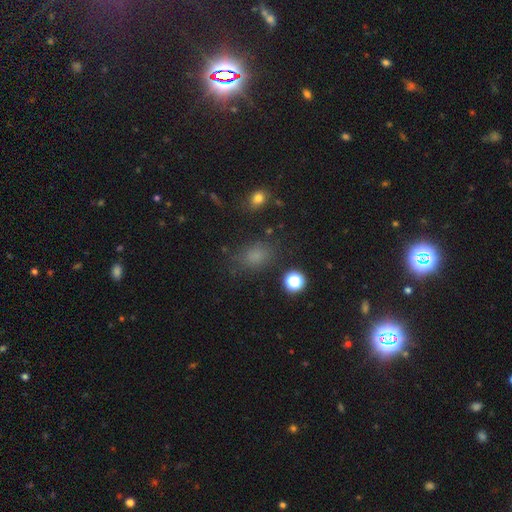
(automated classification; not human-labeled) This is likely a smooth galaxy (73%). How rounded: likely in between (68%). Merging: likely none (74%).